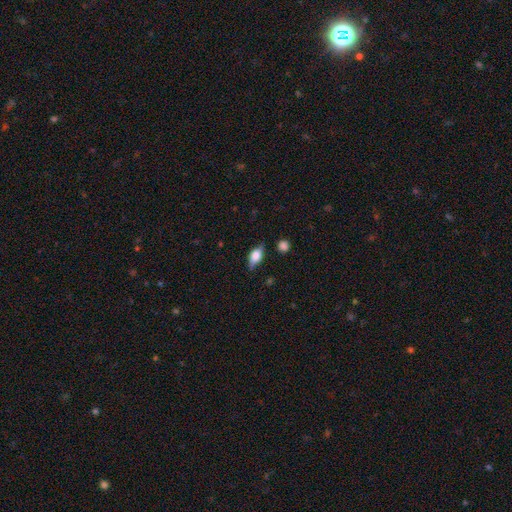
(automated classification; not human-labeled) Smooth or featured? smooth (62%)
How rounded? in between (79%)
Merging? none (70%)